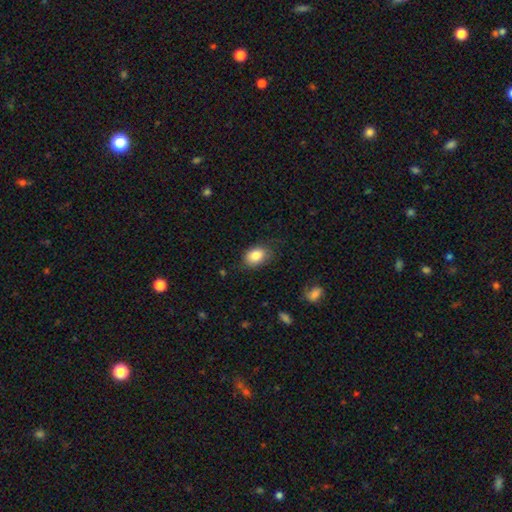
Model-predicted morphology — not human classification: This appears to be a smooth galaxy with no disk features (85%) that is in between round and cigar-shaped (80%). Merging: none (76%).